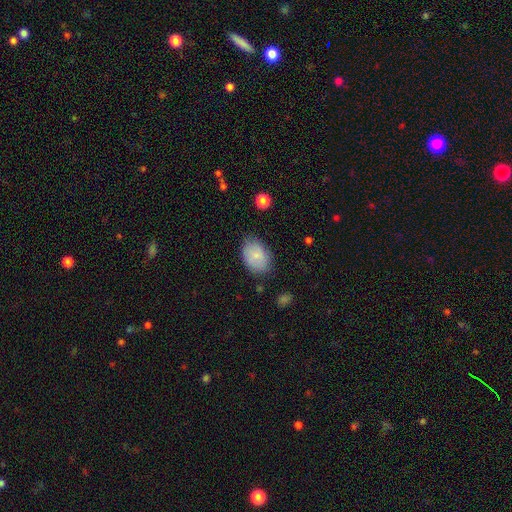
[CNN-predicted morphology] This appears to be a smooth galaxy with no disk features (80%) that is in between round and cigar-shaped (81%). Merging: none (73%).